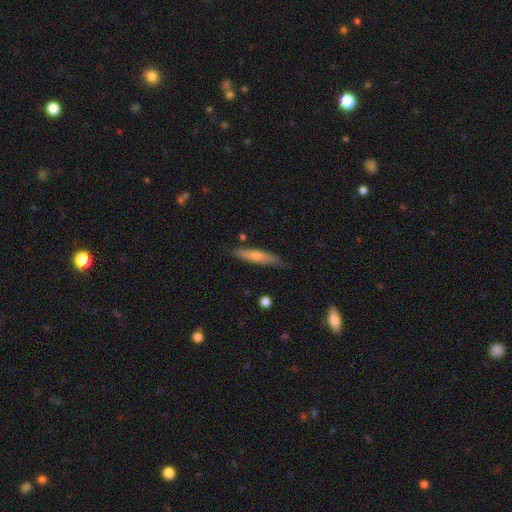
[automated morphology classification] Smooth or featured?
  - smooth: 65% *
  - featured or disk: 29%
  - star or artifact: 6%
How rounded?
  - cigar-shaped: 84% *
  - in between: 14%
  - round: 2%
Merging?
  - none: 76% *
  - minor disturbance: 19%
  - major disturbance: 3%
  - merger: 2%